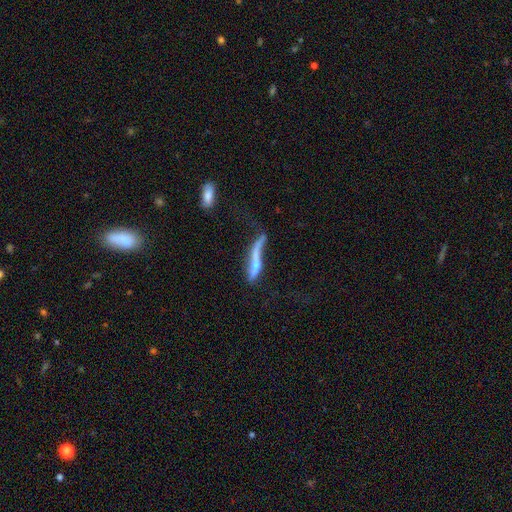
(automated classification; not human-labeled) Q: Smooth or featured?
A: featured or disk (57%); runner-up: smooth (32%)
Q: Edge-on disk?
A: yes (66%); runner-up: no (34%)
Q: Merging?
A: major disturbance (36%); runner-up: none (29%)